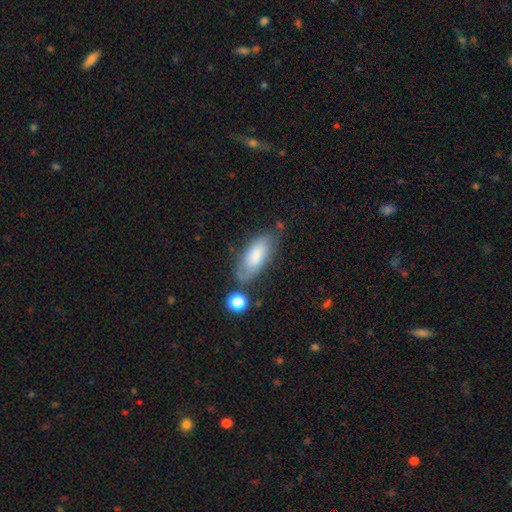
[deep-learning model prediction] smooth 64%, featured or disk 29%, star or artifact 7%. Down the decision tree: how rounded — in between (85%); merging — none (61%).